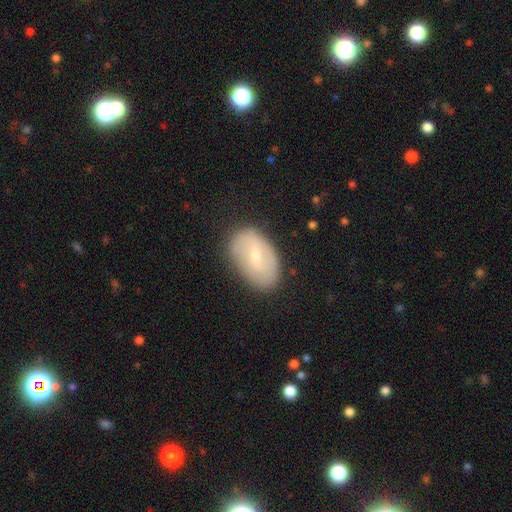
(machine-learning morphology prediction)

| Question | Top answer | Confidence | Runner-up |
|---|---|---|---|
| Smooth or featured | smooth | 50% | featured or disk (43%) |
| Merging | none | 77% | minor disturbance (17%) |